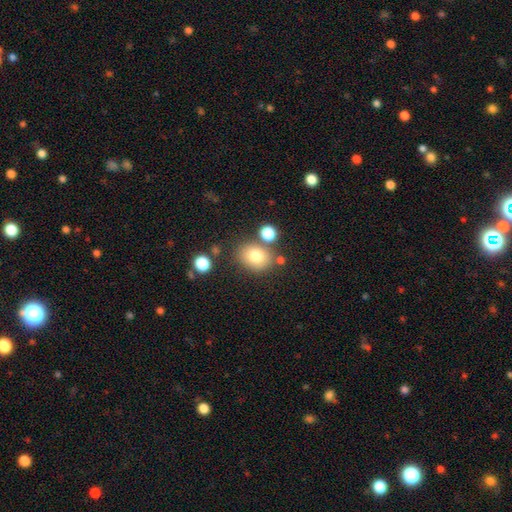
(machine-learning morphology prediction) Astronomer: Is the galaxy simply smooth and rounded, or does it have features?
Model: smooth — 77%.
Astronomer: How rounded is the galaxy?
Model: round — 50% (runner-up: in between, 49%).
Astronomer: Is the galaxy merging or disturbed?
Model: none — 72%.